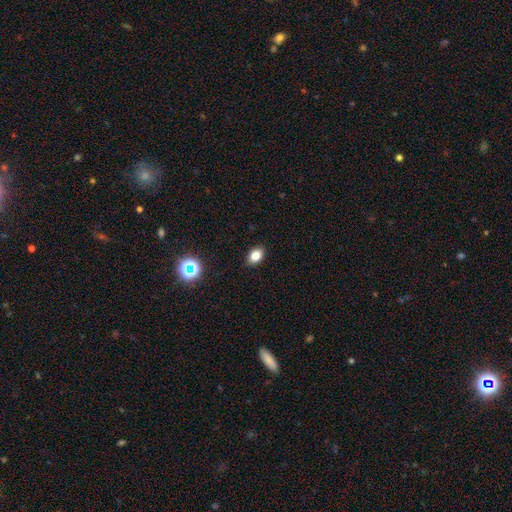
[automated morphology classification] Smooth or featured? smooth (80%)
How rounded? in between (83%)
Merging? none (89%)